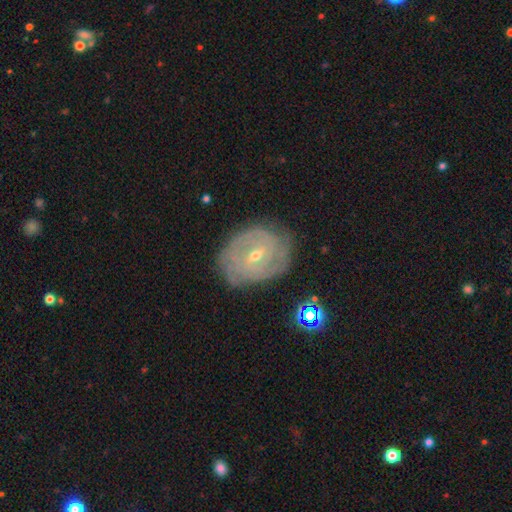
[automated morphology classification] A featured or disk galaxy (83%) with a weak bar (55%), tight (78%) spiral arms (92%) and a small central bulge (57%). Merging: none (75%).